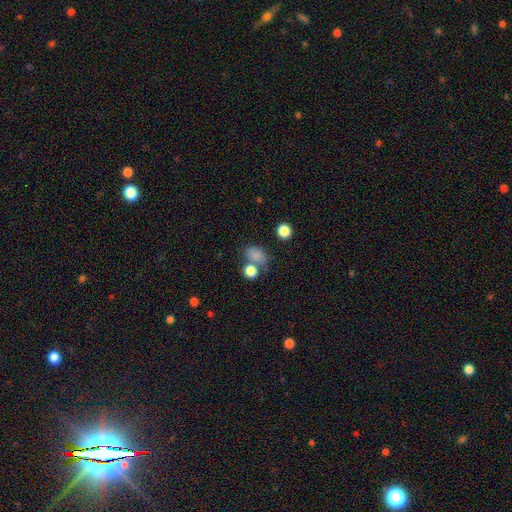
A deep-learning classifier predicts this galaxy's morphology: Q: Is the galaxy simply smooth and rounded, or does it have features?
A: smooth — 80%.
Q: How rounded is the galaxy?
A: in between — 64%.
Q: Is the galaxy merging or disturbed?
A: none — 51%.